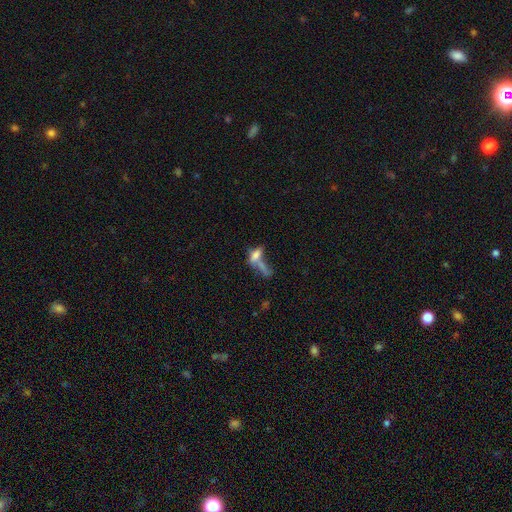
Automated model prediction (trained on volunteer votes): A smooth galaxy with no disk features (52%) that is in between round and cigar-shaped (51%).

Vote fractions:
- Smooth or featured? smooth: 52% / featured or disk: 33% / star or artifact: 15%
- How rounded? in between: 51% / cigar-shaped: 42% / round: 7%
- Merging? merger: 46% / major disturbance: 23% / none: 21% / minor disturbance: 10%